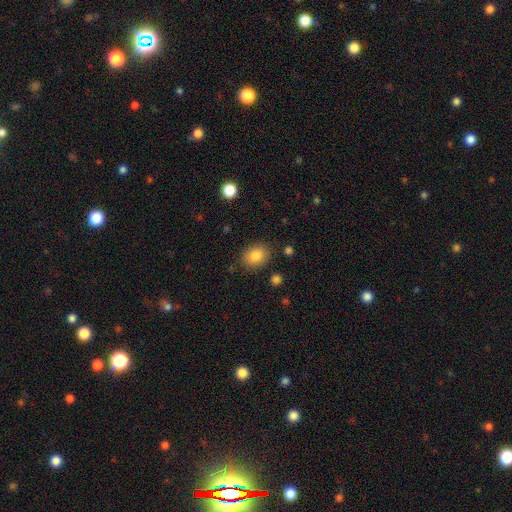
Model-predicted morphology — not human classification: Overall: smooth (85%). How rounded: in between (54%; round 45%). Merging: none (84%).